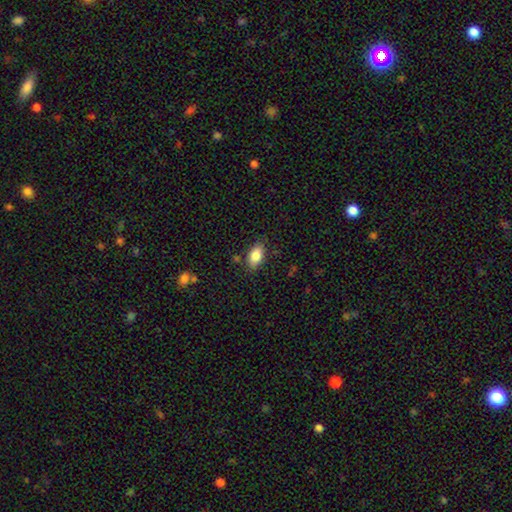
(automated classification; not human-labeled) Smooth or featured? Predicted: smooth (p=0.84). How rounded? Predicted: in between (p=0.90). Merging? Predicted: none (p=0.82).